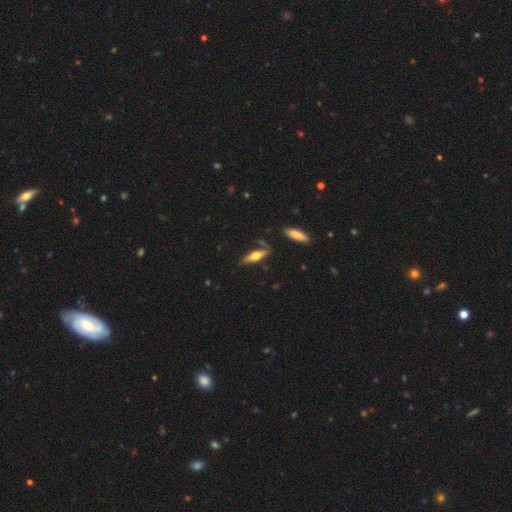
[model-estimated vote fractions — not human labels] smooth 59%, featured or disk 35%, star or artifact 6%. Down the decision tree: how rounded — cigar-shaped (56%); merging — none (72%).